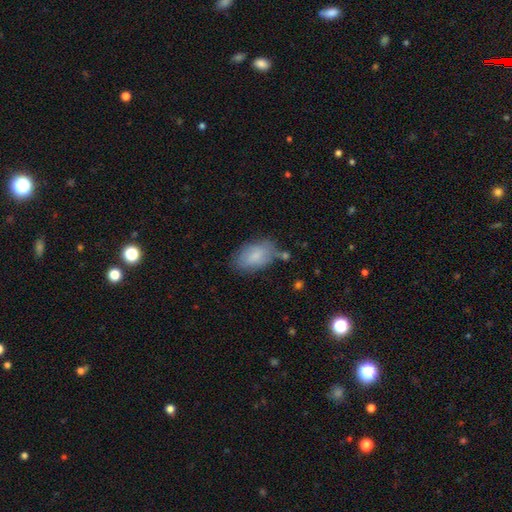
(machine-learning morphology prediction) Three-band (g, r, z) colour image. It shows a smooth galaxy with no disk features (80%) that is in between round and cigar-shaped (93%). Merging: none (66%).